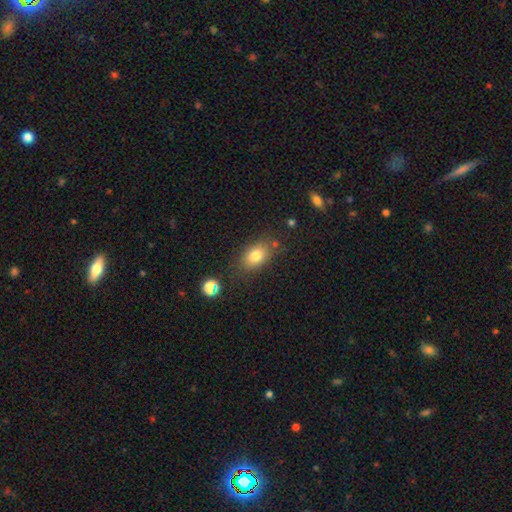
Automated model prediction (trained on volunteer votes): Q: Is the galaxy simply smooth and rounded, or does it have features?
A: smooth — 79%.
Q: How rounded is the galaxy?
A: in between — 81%.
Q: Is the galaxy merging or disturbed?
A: none — 76%.